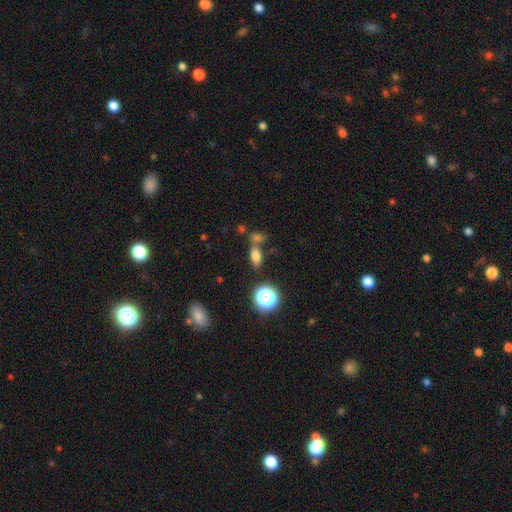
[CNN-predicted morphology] Smooth or featured: smooth — 74% (star or artifact — 17%)
How rounded: in between — 78% (round — 14%)
Merging: none — 55% (merger — 28%)